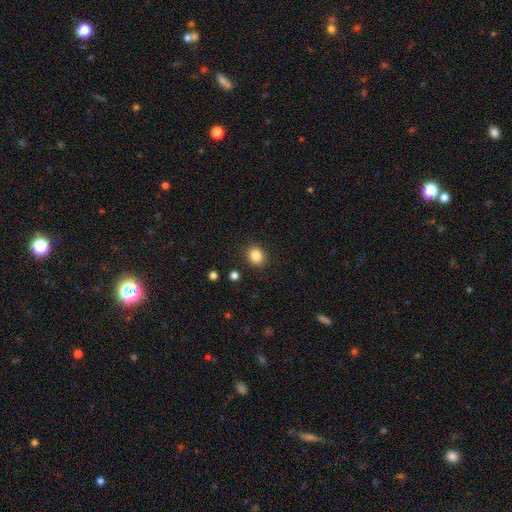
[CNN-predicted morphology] Smooth or featured?
  - smooth: 85% *
  - star or artifact: 10%
  - featured or disk: 5%
How rounded?
  - round: 71% *
  - in between: 28%
  - cigar-shaped: 1%
Merging?
  - none: 89% *
  - minor disturbance: 7%
  - major disturbance: 2%
  - merger: 2%